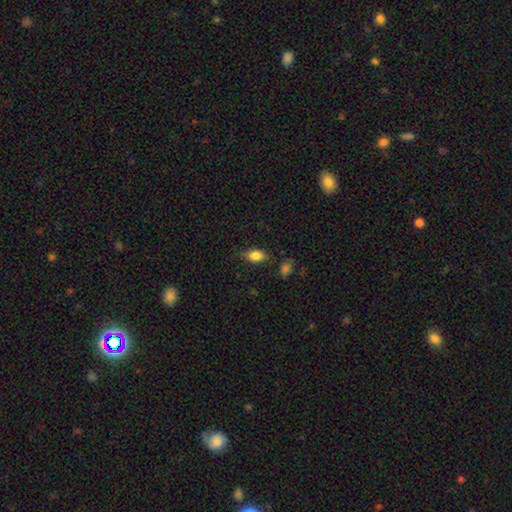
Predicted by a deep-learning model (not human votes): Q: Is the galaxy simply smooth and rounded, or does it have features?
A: smooth — 83%.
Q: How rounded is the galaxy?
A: in between — 85%.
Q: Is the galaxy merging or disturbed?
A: none — 72%.